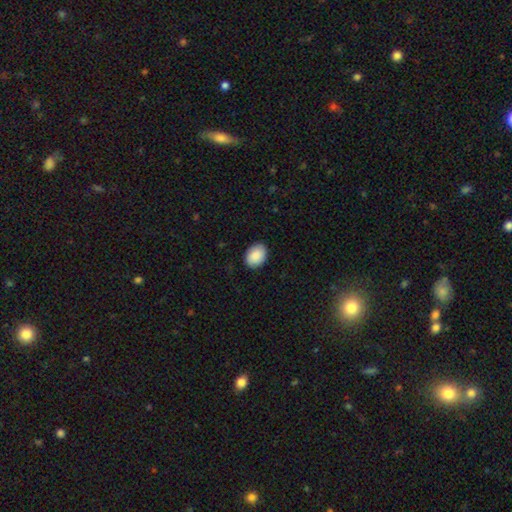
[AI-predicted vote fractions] smooth-or-featured: smooth: 90% | star or artifact: 6% | featured or disk: 4%
  how-rounded: in between: 73% | round: 26% | cigar-shaped: 1%
  merging: none: 88% | minor disturbance: 9% | major disturbance: 2% | merger: 1%